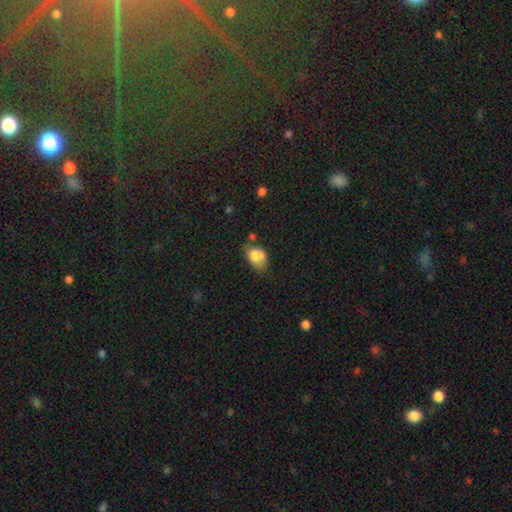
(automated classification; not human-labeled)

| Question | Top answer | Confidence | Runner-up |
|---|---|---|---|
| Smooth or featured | smooth | 77% | featured or disk (14%) |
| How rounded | in between | 74% | round (25%) |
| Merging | minor disturbance | 35% | none (32%) |